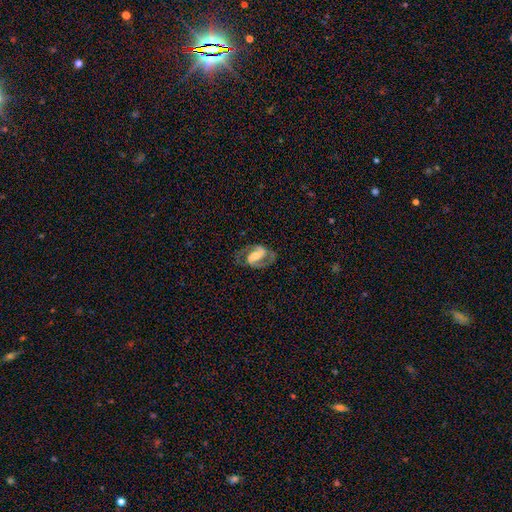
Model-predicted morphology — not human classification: The model was most divided on "bar": strong: 41%, weak: 38%, no: 20%. More confident: edge-on disk — no (97%); spiral arms — yes (95%); spiral arm count — 2 (92%); smooth or featured — featured or disk (86%); merging — none (74%); bulge size — moderate (57%); spiral winding — medium (56%).